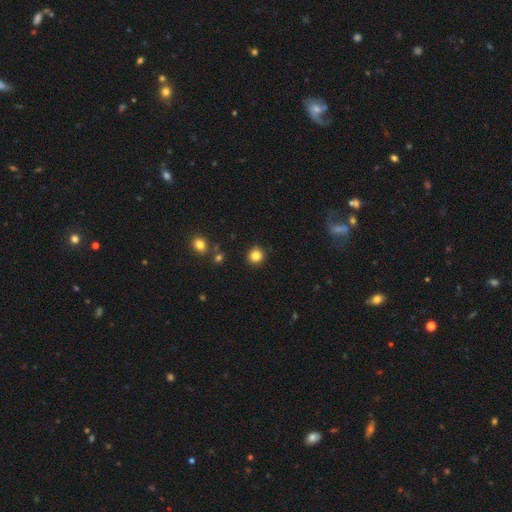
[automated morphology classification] Overall: smooth (84%). How rounded: round (91%). Merging: none (90%).